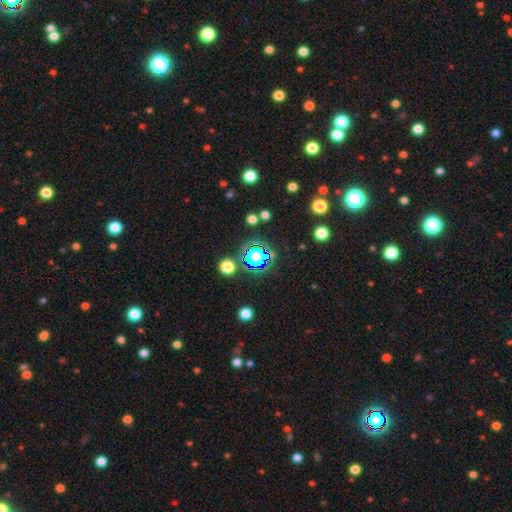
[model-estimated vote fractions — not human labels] This appears to be a star or artifact, not a galaxy (51%).